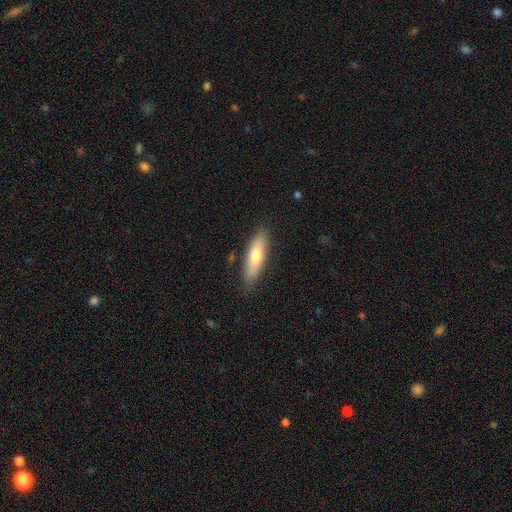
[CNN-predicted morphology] Smooth or featured? Predicted: smooth (p=0.69). How rounded? Predicted: cigar-shaped (p=0.55). Merging? Predicted: none (p=0.84).